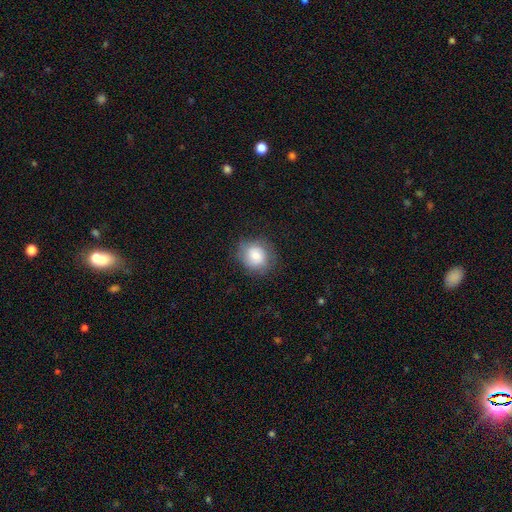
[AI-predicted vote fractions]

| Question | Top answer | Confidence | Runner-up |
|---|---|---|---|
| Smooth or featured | smooth | 72% | featured or disk (19%) |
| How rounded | round | 77% | in between (22%) |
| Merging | none | 76% | minor disturbance (17%) |